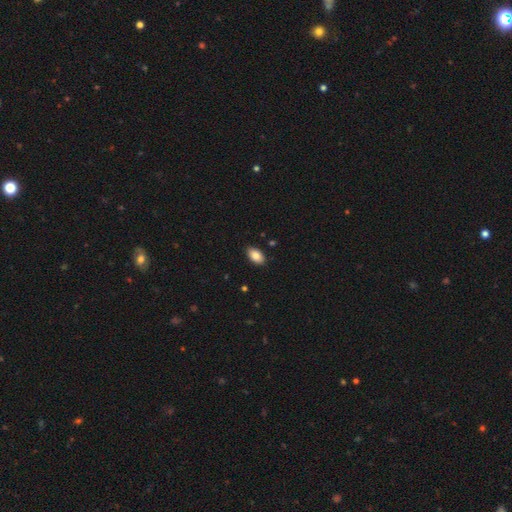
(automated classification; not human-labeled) Smooth or featured?
  - smooth: 85% *
  - star or artifact: 7%
  - featured or disk: 7%
How rounded?
  - in between: 93% *
  - round: 6%
  - cigar-shaped: 2%
Merging?
  - none: 88% *
  - minor disturbance: 9%
  - major disturbance: 2%
  - merger: 1%